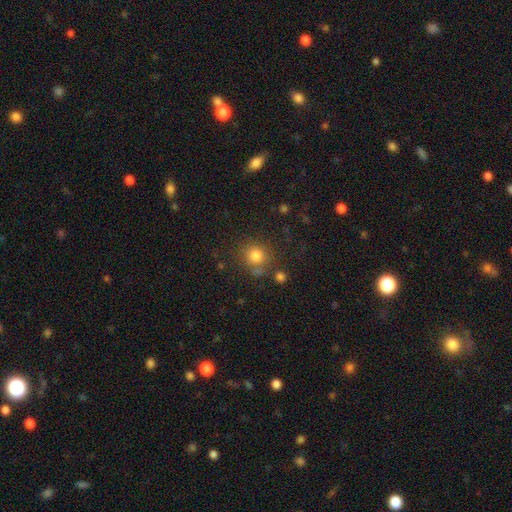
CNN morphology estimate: type=smooth (81%); roundness=round (89%); merging=none (73%).